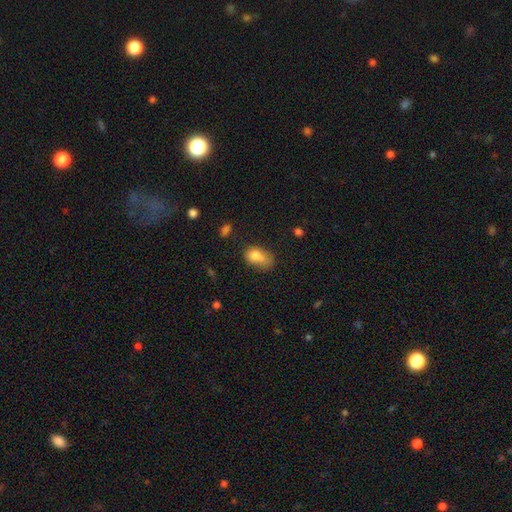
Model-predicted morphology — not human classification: smooth 76%, featured or disk 14%, star or artifact 11%. Down the decision tree: how rounded — in between (76%); merging — minor disturbance (30%).